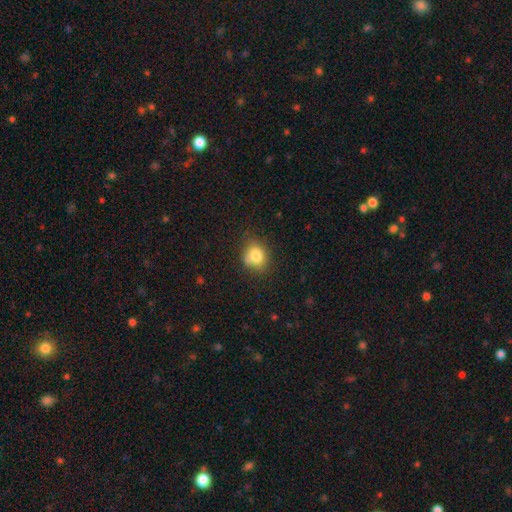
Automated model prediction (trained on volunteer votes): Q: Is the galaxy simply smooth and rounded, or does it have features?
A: smooth — 80%.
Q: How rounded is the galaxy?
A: round — 59%.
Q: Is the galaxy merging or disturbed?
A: none — 61%.